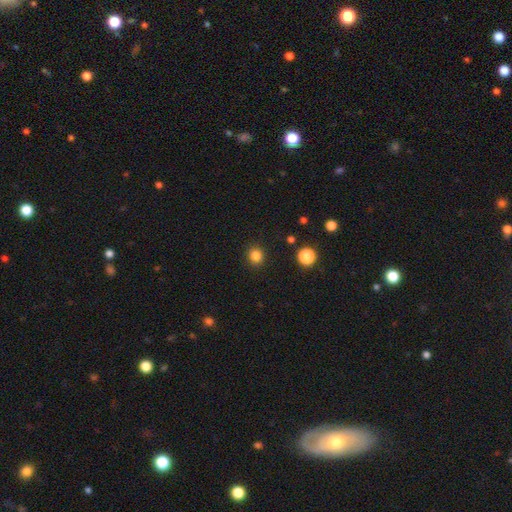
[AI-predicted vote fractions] Morphology: type=smooth (83%); roundness=round (86%); merging=none (91%).